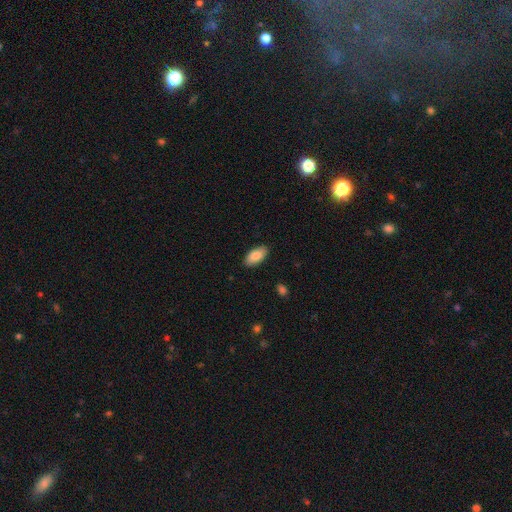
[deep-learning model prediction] Q: Smooth or featured?
A: smooth (85%); runner-up: featured or disk (9%)
Q: How rounded?
A: in between (93%); runner-up: cigar-shaped (5%)
Q: Merging?
A: none (88%); runner-up: minor disturbance (9%)